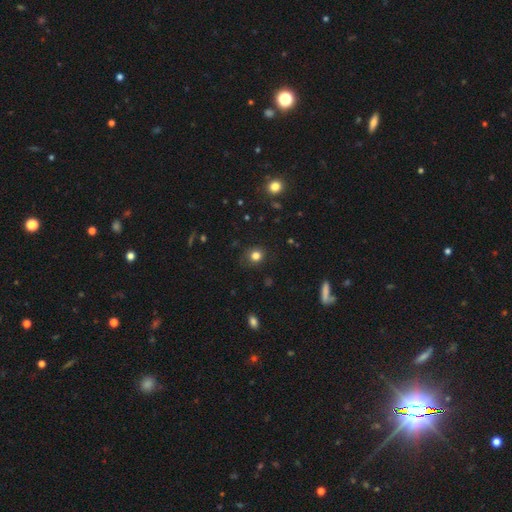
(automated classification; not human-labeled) The model was most divided on "how rounded": round: 80%, in between: 19%, cigar-shaped: 1%. More confident: merging — none (81%); smooth or featured — smooth (80%).